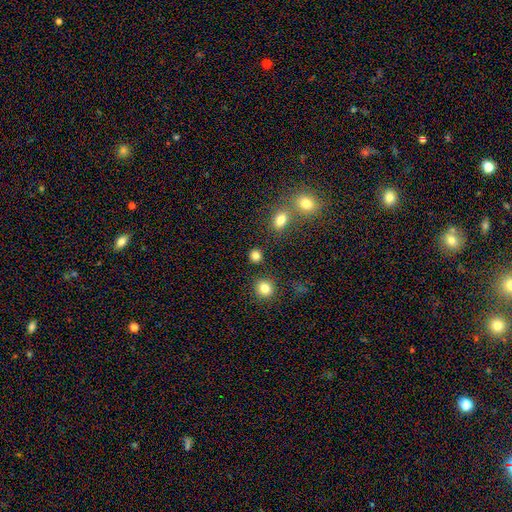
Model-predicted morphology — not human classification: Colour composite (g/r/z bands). It shows a smooth galaxy with no disk features (83%) that is round (86%). Merging: none (86%).